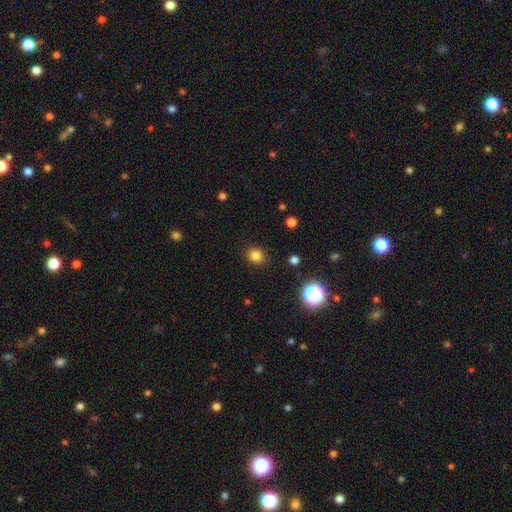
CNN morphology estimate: A smooth galaxy with no disk features (82%) that is round (83%).

Vote fractions:
- Smooth or featured? smooth: 82% / star or artifact: 14% / featured or disk: 4%
- How rounded? round: 83% / in between: 16% / cigar-shaped: 1%
- Merging? none: 90% / minor disturbance: 7% / major disturbance: 2% / merger: 1%